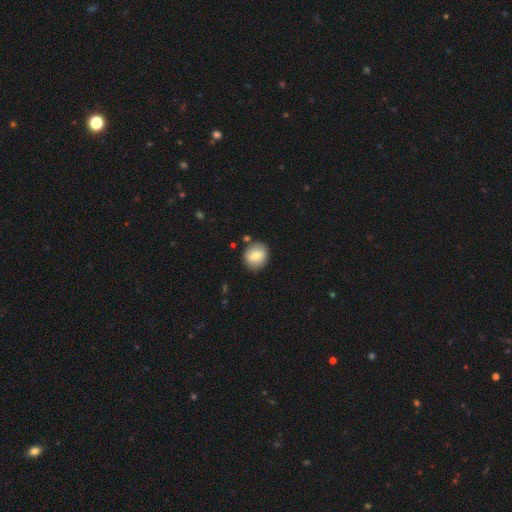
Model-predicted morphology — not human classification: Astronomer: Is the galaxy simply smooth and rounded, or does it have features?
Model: smooth — 72%.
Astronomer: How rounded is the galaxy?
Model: round — 81%.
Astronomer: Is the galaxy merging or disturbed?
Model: none — 84%.